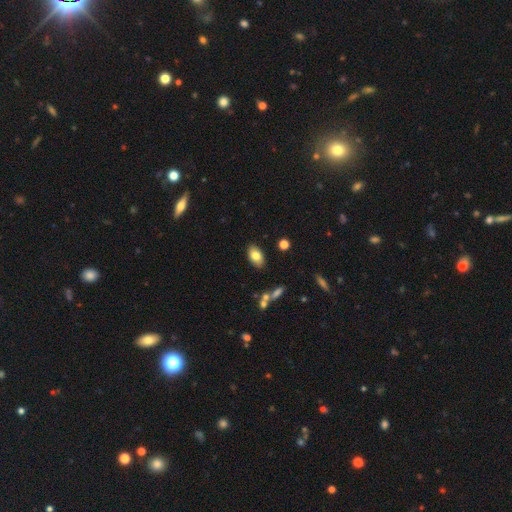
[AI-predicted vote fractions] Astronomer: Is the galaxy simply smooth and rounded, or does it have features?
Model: smooth — 79%.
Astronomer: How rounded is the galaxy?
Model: in between — 92%.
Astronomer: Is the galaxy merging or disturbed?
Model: none — 84%.